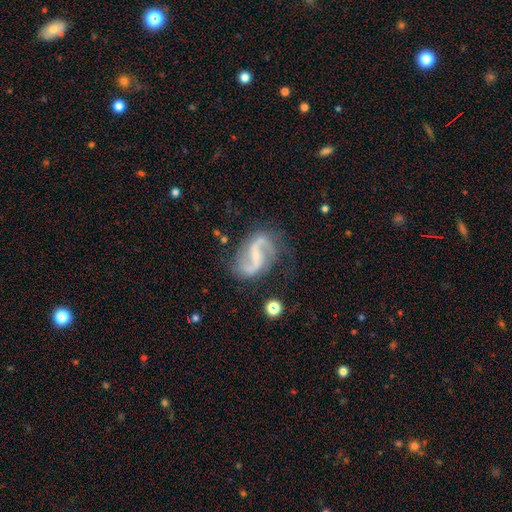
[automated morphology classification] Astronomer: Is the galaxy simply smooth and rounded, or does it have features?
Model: featured or disk — 89%.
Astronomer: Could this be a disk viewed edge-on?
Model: no — 98%.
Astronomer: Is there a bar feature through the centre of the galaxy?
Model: weak — 42% (runner-up: strong, 34%).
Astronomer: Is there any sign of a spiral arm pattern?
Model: yes — 97%.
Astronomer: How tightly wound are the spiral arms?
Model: loose — 60%.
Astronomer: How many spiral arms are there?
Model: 2 — 93%.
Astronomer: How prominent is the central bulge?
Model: small — 63%.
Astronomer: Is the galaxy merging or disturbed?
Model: none — 75%.